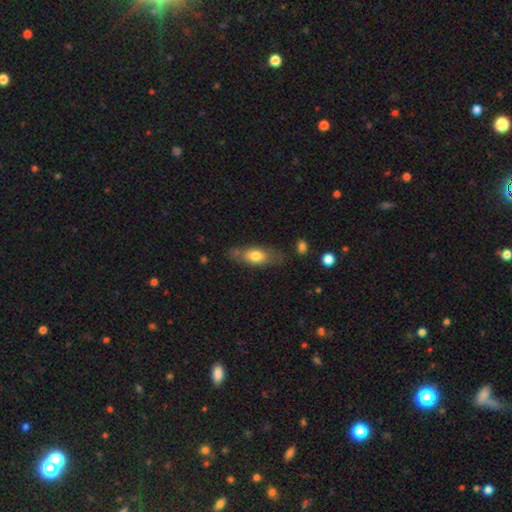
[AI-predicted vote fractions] A smooth galaxy with no disk features (68%) that is in between round and cigar-shaped (78%).

Vote fractions:
- Smooth or featured? smooth: 68% / featured or disk: 26% / star or artifact: 7%
- How rounded? in between: 78% / cigar-shaped: 18% / round: 5%
- Merging? none: 67% / minor disturbance: 21% / major disturbance: 7% / merger: 6%